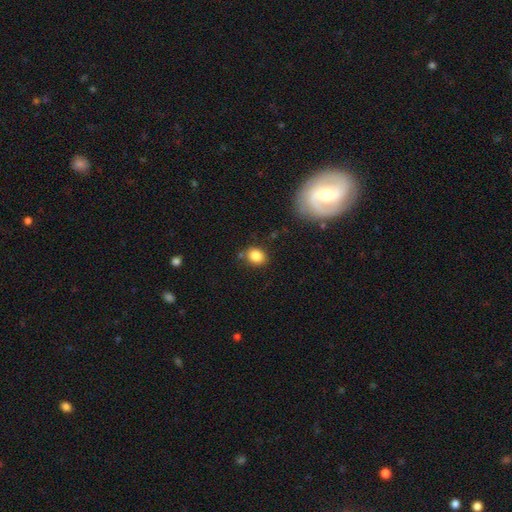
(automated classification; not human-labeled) A smooth galaxy with no disk features (84%) that is in between round and cigar-shaped (56%). Merging: none (78%).